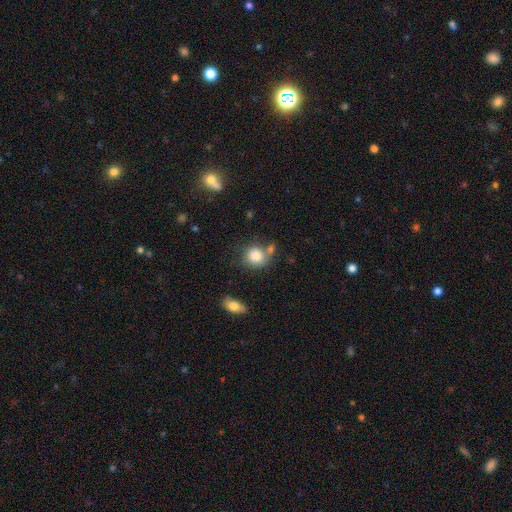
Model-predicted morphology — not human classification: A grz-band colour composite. It shows a smooth galaxy with no disk features (83%) that is round (76%). Merging: none (57%).